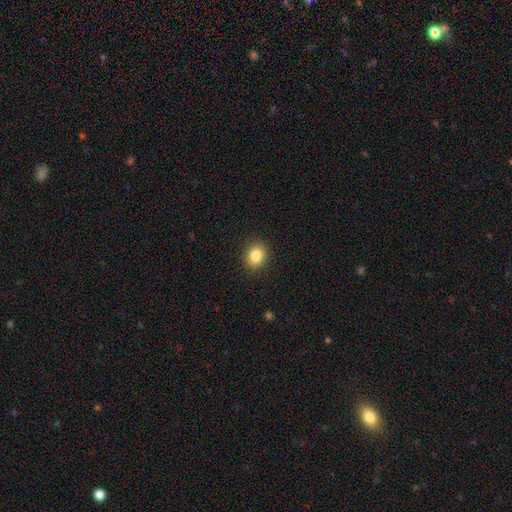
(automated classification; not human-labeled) A smooth galaxy with no disk features (84%) that is round (62%). Merging: none (90%).